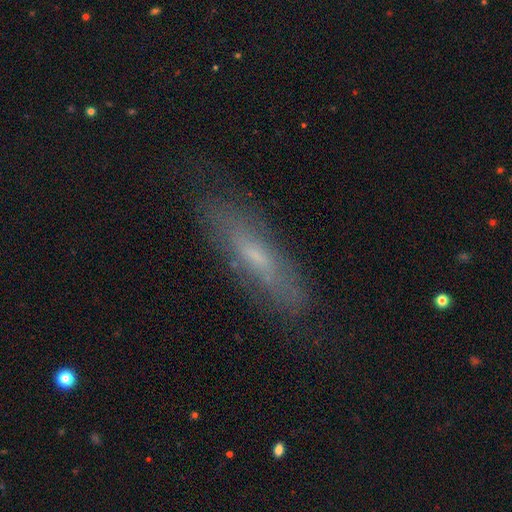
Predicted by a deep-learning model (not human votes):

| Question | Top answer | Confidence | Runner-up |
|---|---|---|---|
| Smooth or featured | featured or disk | 50% | smooth (40%) |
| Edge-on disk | yes | 52% | no (48%) |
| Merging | none | 79% | minor disturbance (15%) |